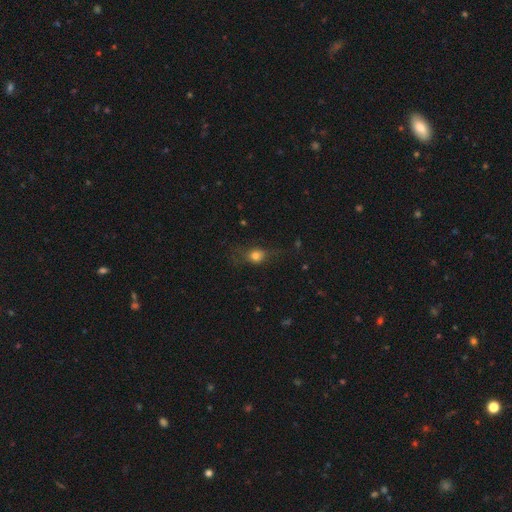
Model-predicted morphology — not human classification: smooth 70%, featured or disk 17%, star or artifact 14%. Down the decision tree: how rounded — round (61%); merging — none (59%).